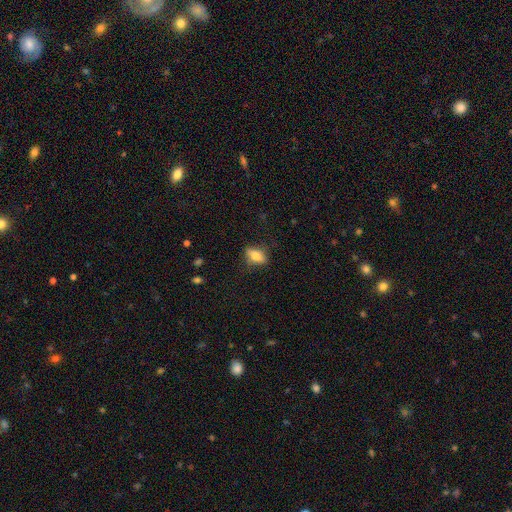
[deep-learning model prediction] smooth-or-featured: smooth: 73% | featured or disk: 18% | star or artifact: 8%
  how-rounded: in between: 81% | round: 12% | cigar-shaped: 7%
  merging: none: 76% | minor disturbance: 18% | major disturbance: 5% | merger: 1%